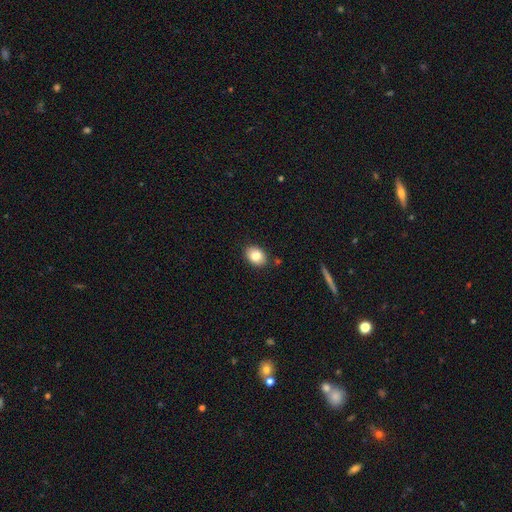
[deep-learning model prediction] Q: Smooth or featured?
A: smooth (83%); runner-up: featured or disk (9%)
Q: How rounded?
A: in between (71%); runner-up: round (28%)
Q: Merging?
A: none (86%); runner-up: minor disturbance (10%)